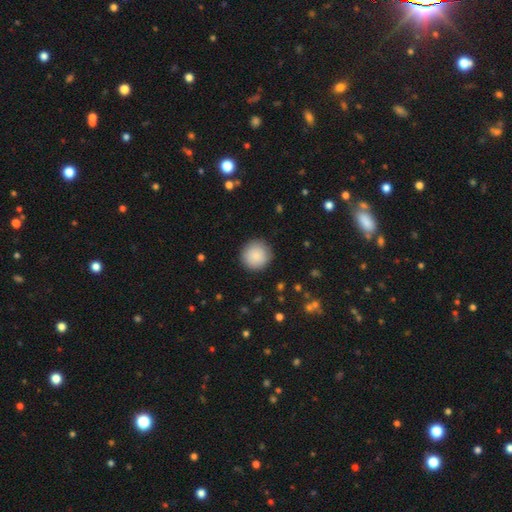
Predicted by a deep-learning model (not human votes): smooth-or-featured: smooth: 87% | star or artifact: 7% | featured or disk: 6%
  how-rounded: round: 95% | in between: 4% | cigar-shaped: 1%
  merging: none: 89% | minor disturbance: 7% | major disturbance: 2% | merger: 1%